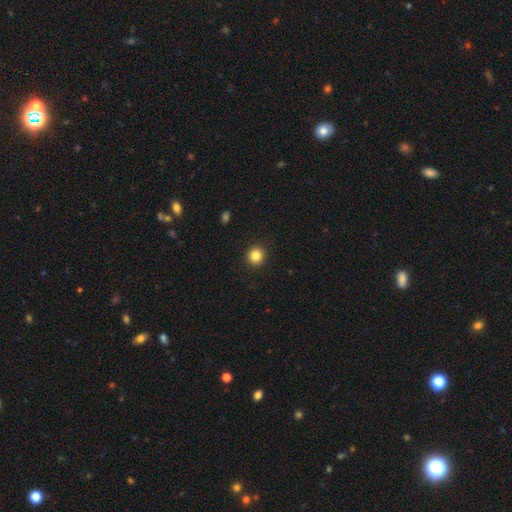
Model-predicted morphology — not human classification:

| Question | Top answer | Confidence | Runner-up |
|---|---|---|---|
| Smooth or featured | smooth | 84% | star or artifact (11%) |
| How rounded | round | 93% | in between (6%) |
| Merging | none | 93% | minor disturbance (5%) |